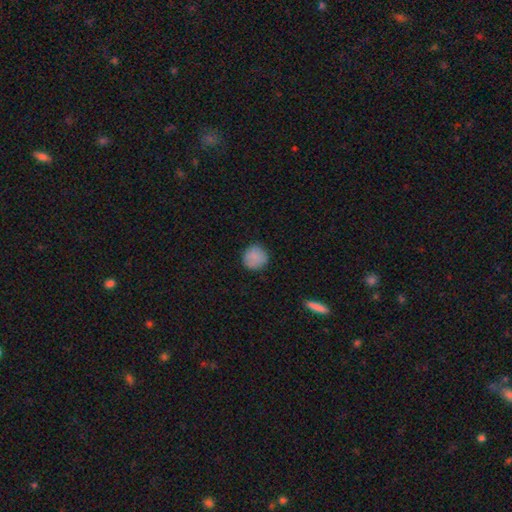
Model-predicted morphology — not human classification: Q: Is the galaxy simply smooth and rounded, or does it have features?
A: smooth — 86%.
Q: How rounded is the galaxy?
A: round — 93%.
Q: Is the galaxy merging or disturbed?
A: none — 87%.